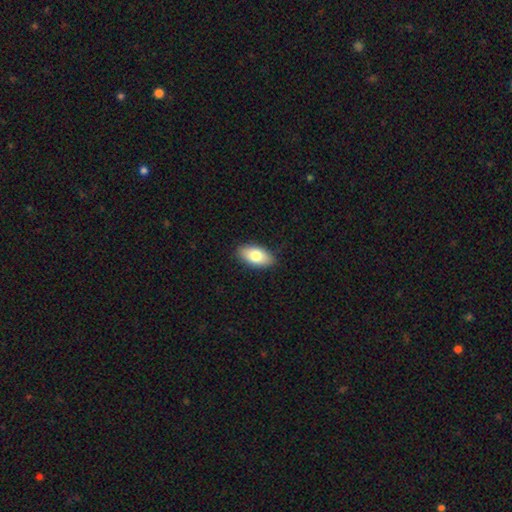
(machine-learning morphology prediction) Smooth or featured? smooth (79%)
How rounded? in between (93%)
Merging? none (87%)